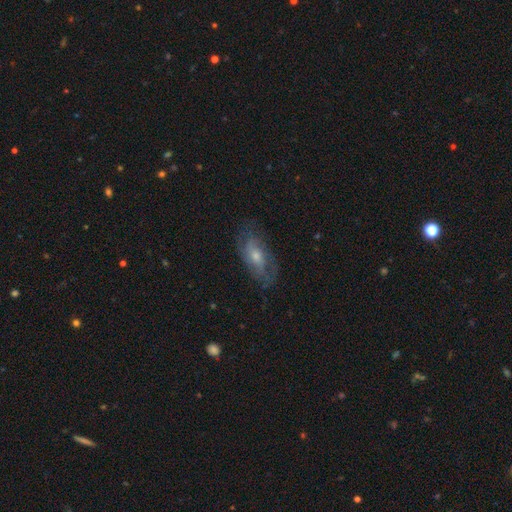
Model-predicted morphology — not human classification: The model was most divided on "bulge size": moderate: 50%, small: 41%, large: 4%, none: 3%, dominant: 1%. More confident: edge-on disk — no (88%); spiral arms — yes (80%); merging — none (72%); smooth or featured — featured or disk (63%); bar — no (61%).